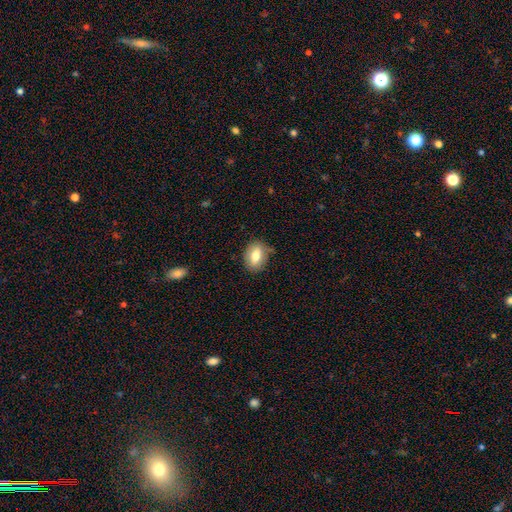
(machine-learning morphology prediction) Smooth or featured?
  - smooth: 75% *
  - featured or disk: 17%
  - star or artifact: 8%
How rounded?
  - in between: 76% *
  - round: 22%
  - cigar-shaped: 2%
Merging?
  - none: 76% *
  - minor disturbance: 18%
  - major disturbance: 4%
  - merger: 2%